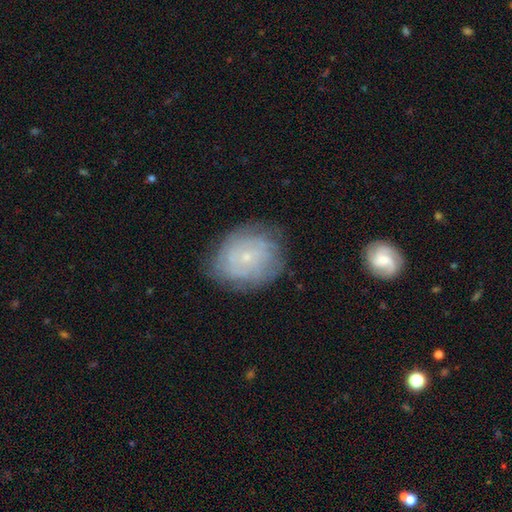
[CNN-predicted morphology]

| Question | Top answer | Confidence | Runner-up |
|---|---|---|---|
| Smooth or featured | featured or disk | 52% | smooth (36%) |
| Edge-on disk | no | 96% | yes (4%) |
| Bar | no | 74% | weak (22%) |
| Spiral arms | yes | 75% | no (25%) |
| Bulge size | small | 83% | moderate (12%) |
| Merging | none | 76% | minor disturbance (16%) |